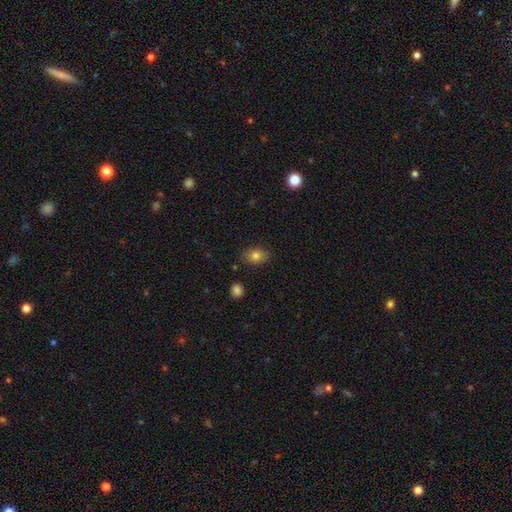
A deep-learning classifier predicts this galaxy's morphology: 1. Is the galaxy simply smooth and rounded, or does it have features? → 80% smooth, 10% featured or disk, 10% star or artifact.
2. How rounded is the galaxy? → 77% in between, 22% round, 1% cigar-shaped.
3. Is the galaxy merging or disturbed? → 84% none, 12% minor disturbance, 2% major disturbance, 2% merger.